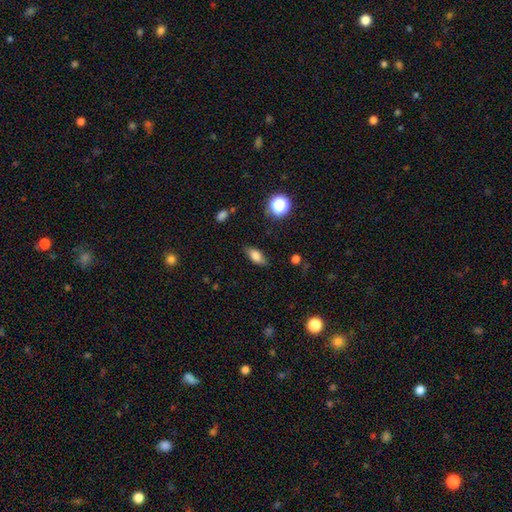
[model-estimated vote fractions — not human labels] smooth 78%, featured or disk 12%, star or artifact 10%. Down the decision tree: how rounded — in between (80%); merging — none (83%).